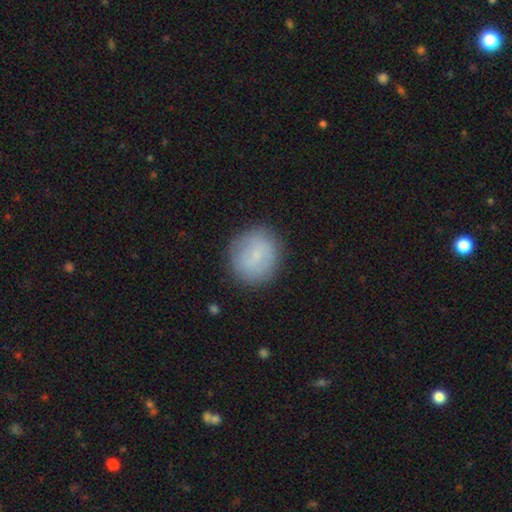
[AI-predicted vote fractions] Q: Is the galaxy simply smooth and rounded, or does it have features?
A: smooth — 72%.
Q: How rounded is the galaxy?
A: round — 82%.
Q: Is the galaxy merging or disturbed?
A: none — 84%.